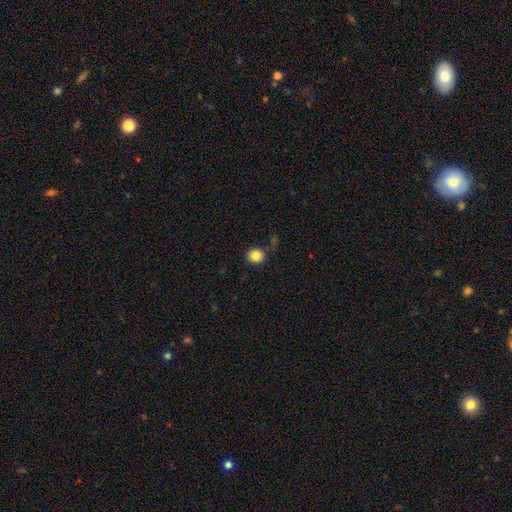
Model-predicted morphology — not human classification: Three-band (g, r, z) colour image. It shows a smooth galaxy with no disk features (85%) that is round (88%). Merging: none (83%).